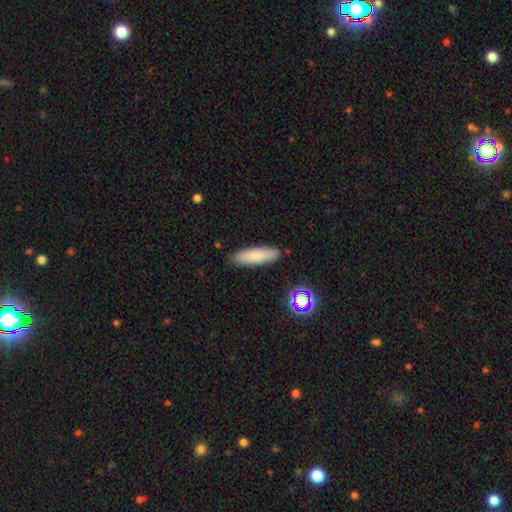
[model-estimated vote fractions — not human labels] A smooth galaxy with no disk features (82%) that is cigar-shaped (57%).

Vote fractions:
- Smooth or featured? smooth: 82% / featured or disk: 10% / star or artifact: 8%
- How rounded? cigar-shaped: 57% / in between: 41% / round: 2%
- Merging? none: 87% / minor disturbance: 9% / major disturbance: 2% / merger: 2%